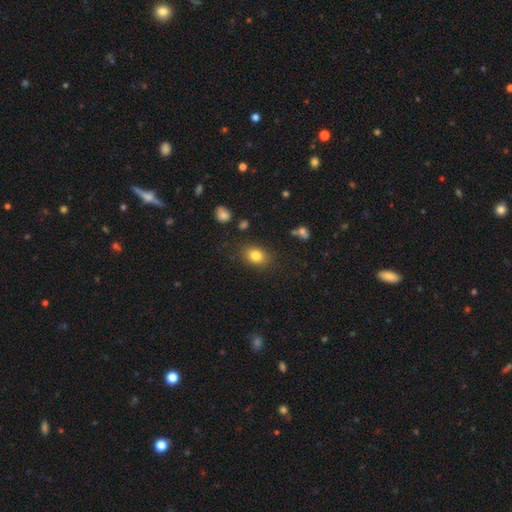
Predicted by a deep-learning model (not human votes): Overall: smooth (82%). How rounded: in between (67%; round 32%). Merging: none (82%).